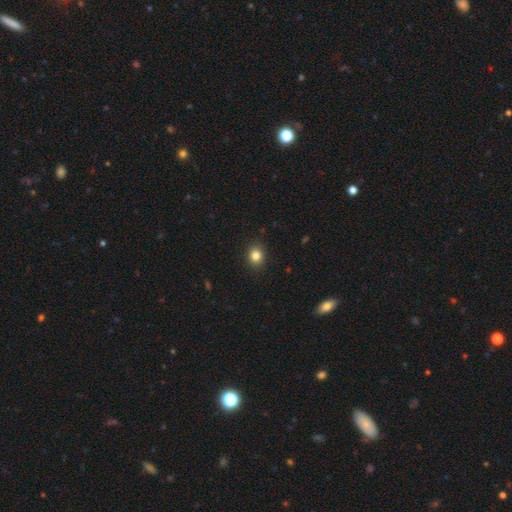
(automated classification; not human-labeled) smooth-or-featured: smooth: 83% | star or artifact: 11% | featured or disk: 6%
  how-rounded: round: 67% | in between: 32% | cigar-shaped: 1%
  merging: none: 90% | minor disturbance: 7% | major disturbance: 2% | merger: 1%